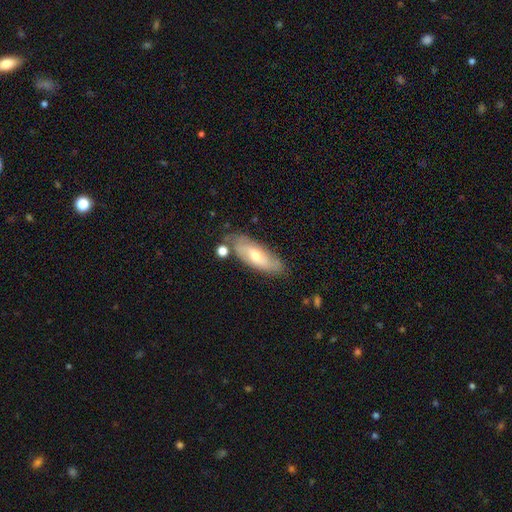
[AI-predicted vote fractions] The model was most divided on "smooth or featured": featured or disk: 57%, smooth: 36%, star or artifact: 7%. More confident: edge-on disk — no (77%); merging — none (72%).